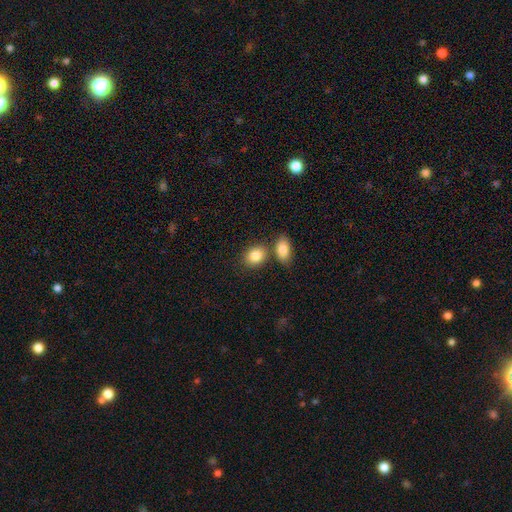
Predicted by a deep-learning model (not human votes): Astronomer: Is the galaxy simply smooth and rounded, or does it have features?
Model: smooth — 85%.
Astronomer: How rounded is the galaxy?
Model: in between — 58% (runner-up: round, 41%).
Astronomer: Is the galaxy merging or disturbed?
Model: none — 59%.